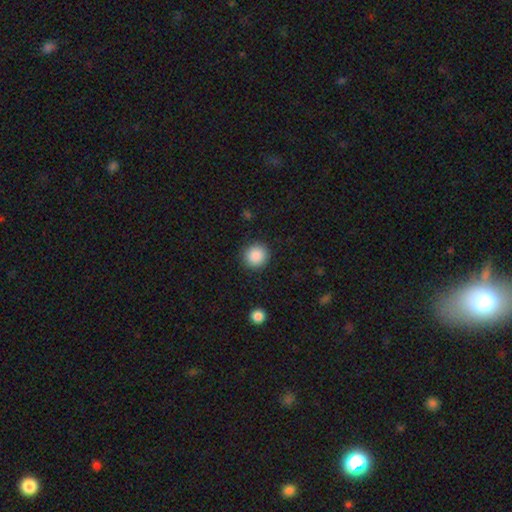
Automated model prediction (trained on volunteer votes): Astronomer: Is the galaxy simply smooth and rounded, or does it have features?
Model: smooth — 88%.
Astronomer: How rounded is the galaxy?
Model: round — 92%.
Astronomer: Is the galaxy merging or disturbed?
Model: none — 90%.